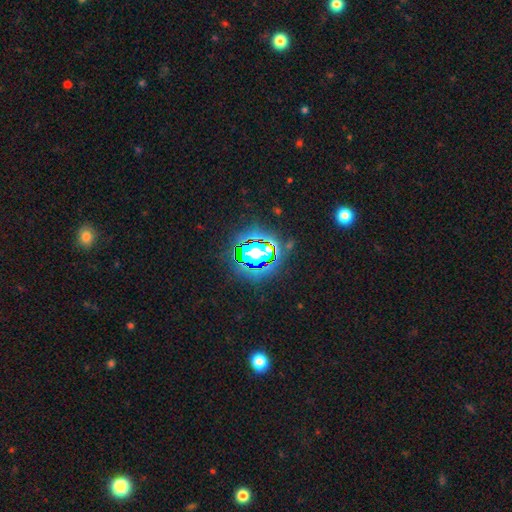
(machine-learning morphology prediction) Q: Smooth or featured?
A: star or artifact (80%); runner-up: smooth (12%)